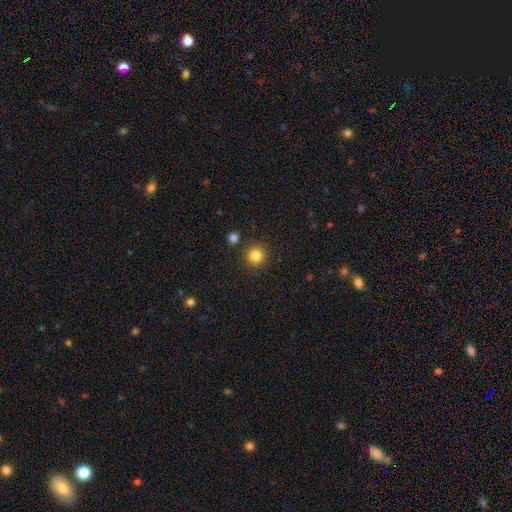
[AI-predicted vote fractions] Smooth or featured? Predicted: smooth (p=0.83). How rounded? Predicted: round (p=0.94). Merging? Predicted: none (p=0.88).